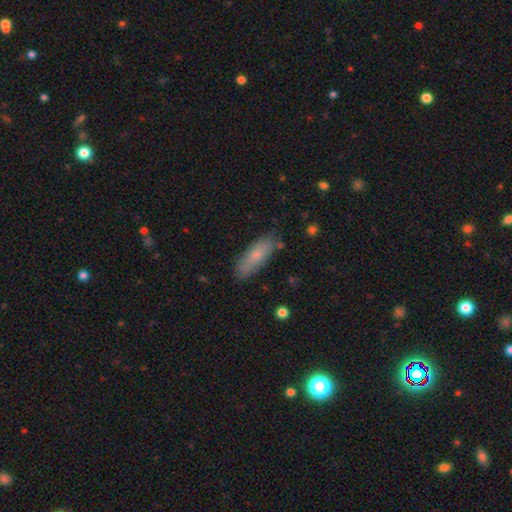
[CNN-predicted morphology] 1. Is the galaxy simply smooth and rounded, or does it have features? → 70% smooth, 22% featured or disk, 7% star or artifact.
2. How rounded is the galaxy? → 55% in between, 43% cigar-shaped, 2% round.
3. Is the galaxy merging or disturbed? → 79% none, 16% minor disturbance, 3% major disturbance, 2% merger.